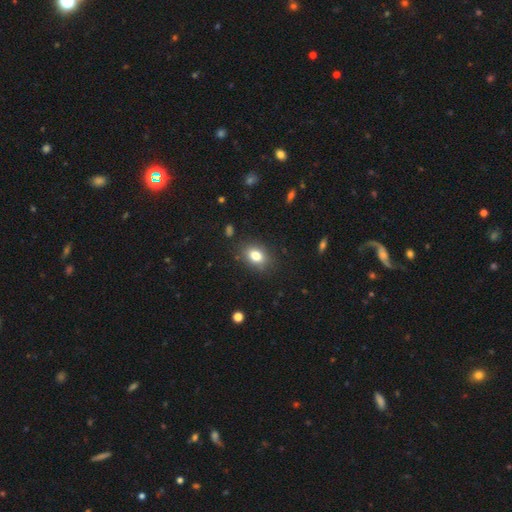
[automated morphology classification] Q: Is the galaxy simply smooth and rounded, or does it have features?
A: smooth — 81%.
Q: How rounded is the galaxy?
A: in between — 74%.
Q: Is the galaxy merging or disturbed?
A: none — 85%.